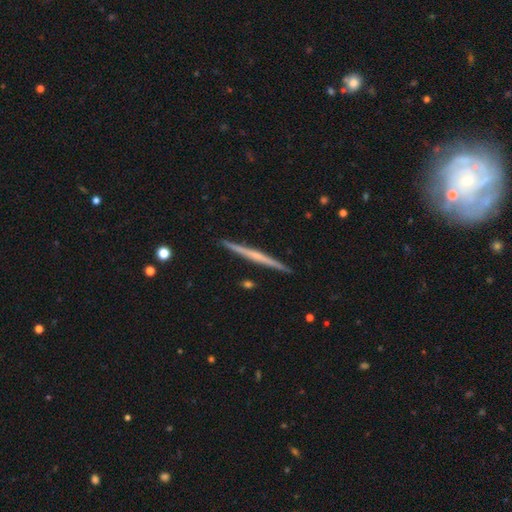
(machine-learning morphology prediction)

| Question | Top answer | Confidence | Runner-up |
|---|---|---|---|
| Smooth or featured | featured or disk | 66% | smooth (29%) |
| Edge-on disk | yes | 98% | no (2%) |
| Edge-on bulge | none | 65% | rounded (28%) |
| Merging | none | 92% | minor disturbance (5%) |